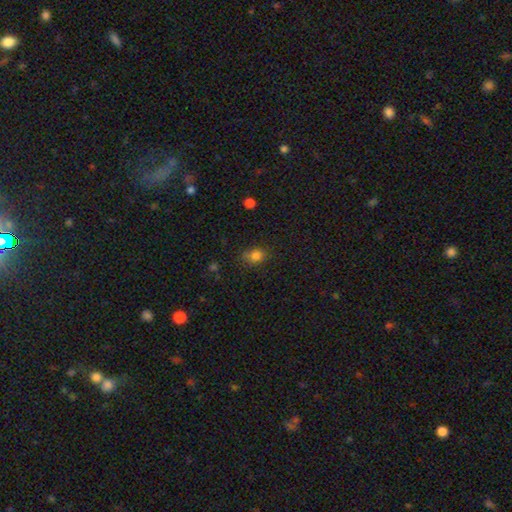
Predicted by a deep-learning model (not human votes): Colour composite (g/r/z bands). It shows a smooth galaxy with no disk features (80%) that is round (53%). Merging: none (68%).